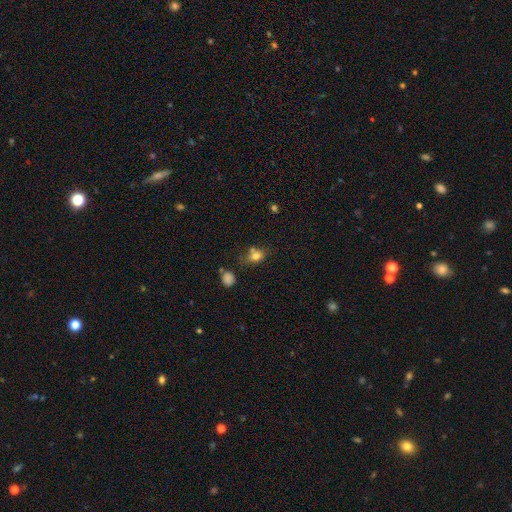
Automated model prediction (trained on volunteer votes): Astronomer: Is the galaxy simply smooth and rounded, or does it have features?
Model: smooth — 77%.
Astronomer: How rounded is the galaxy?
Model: in between — 67%.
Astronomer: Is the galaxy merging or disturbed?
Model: none — 55%.